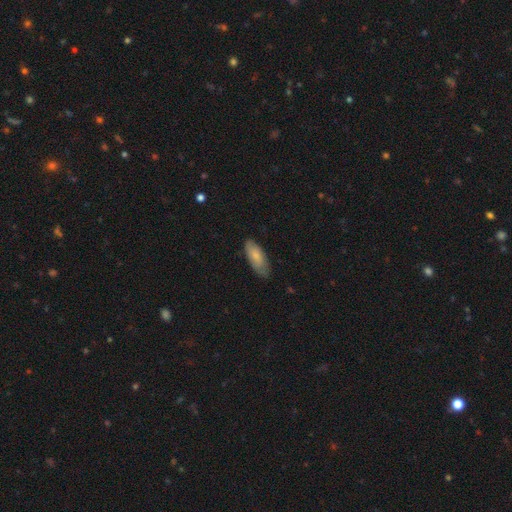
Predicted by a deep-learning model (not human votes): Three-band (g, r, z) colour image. It shows a smooth galaxy with no disk features (77%) that is in between round and cigar-shaped (80%). Merging: none (74%).